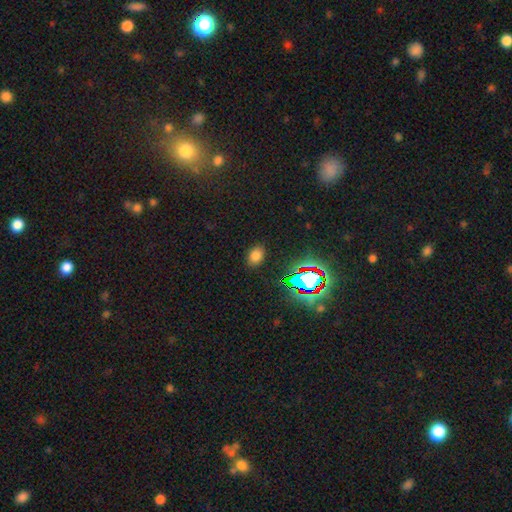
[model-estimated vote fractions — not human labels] This appears to be a smooth galaxy with no disk features (72%) that is in between round and cigar-shaped (77%). Merging: none (86%).